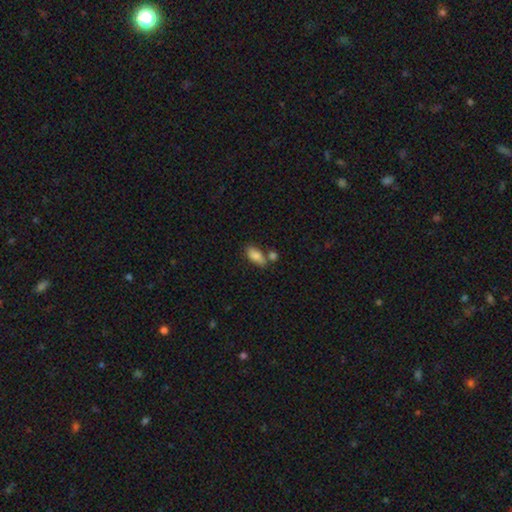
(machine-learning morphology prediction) smooth_or_featured: smooth (p=0.81) [alt: featured or disk p=0.11]
how_rounded: in between (p=0.86) [alt: cigar-shaped p=0.10]
merging: none (p=0.54) [alt: merger p=0.25]